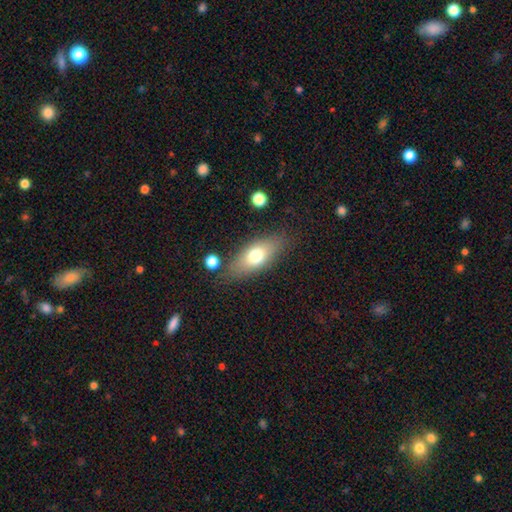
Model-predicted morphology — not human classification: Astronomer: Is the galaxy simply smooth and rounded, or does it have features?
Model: smooth — 69%.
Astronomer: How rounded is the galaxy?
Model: in between — 75%.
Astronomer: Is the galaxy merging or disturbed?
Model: none — 77%.